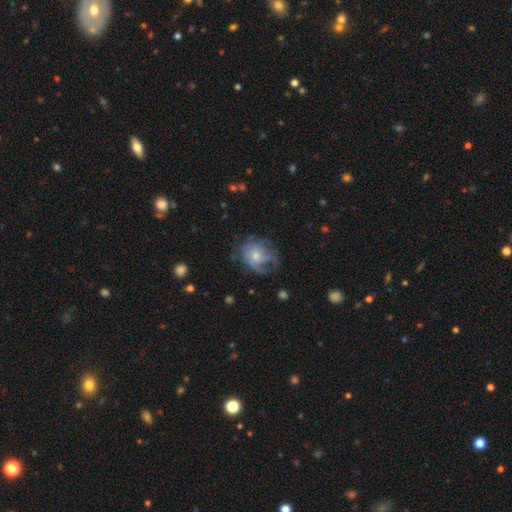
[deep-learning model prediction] Smooth or featured? smooth (46%)
Merging? none (43%)